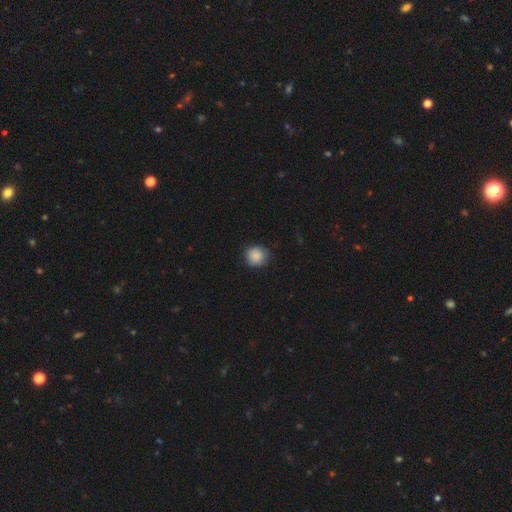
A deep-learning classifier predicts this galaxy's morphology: A smooth galaxy with no disk features (88%) that is round (91%).

Vote fractions:
- Smooth or featured? smooth: 88% / star or artifact: 9% / featured or disk: 4%
- How rounded? round: 91% / in between: 8% / cigar-shaped: 1%
- Merging? none: 86% / minor disturbance: 10% / major disturbance: 2% / merger: 1%